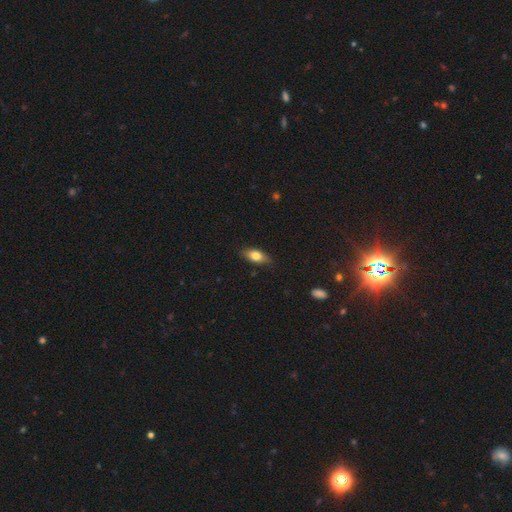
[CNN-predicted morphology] This is likely a smooth galaxy (75%). How rounded: clearly in between (81%). Merging: clearly none (82%).